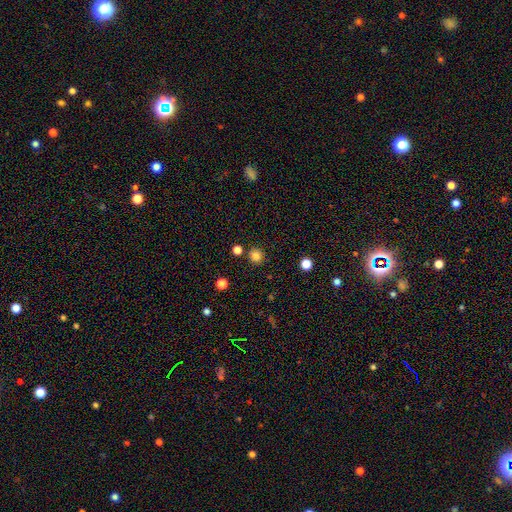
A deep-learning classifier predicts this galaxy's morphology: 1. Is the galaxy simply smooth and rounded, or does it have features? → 82% smooth, 14% star or artifact, 4% featured or disk.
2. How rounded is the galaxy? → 87% round, 12% in between, 1% cigar-shaped.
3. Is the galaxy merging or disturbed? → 85% none, 8% minor disturbance, 5% merger, 3% major disturbance.